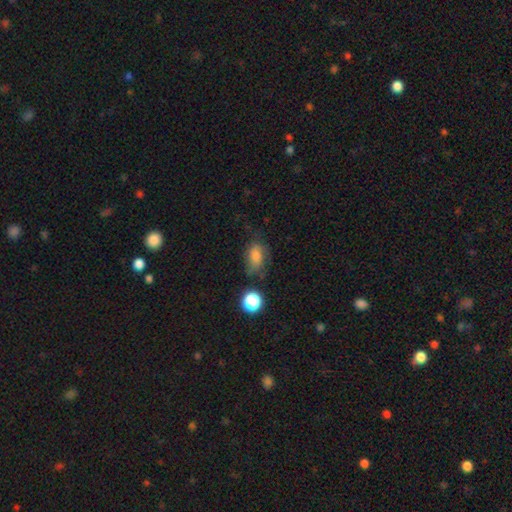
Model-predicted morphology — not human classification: Smooth or featured?
  - smooth: 70% *
  - featured or disk: 15%
  - star or artifact: 15%
How rounded?
  - in between: 78% *
  - round: 20%
  - cigar-shaped: 2%
Merging?
  - none: 52% *
  - minor disturbance: 28%
  - major disturbance: 15%
  - merger: 5%